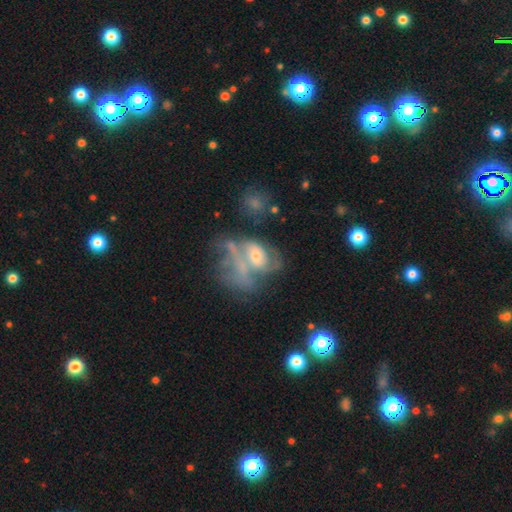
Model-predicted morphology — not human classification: A featured or disk galaxy (62%) with no bar (62%), spiral arms (58%) and a moderate central bulge (50%). Merging: merger (37%).